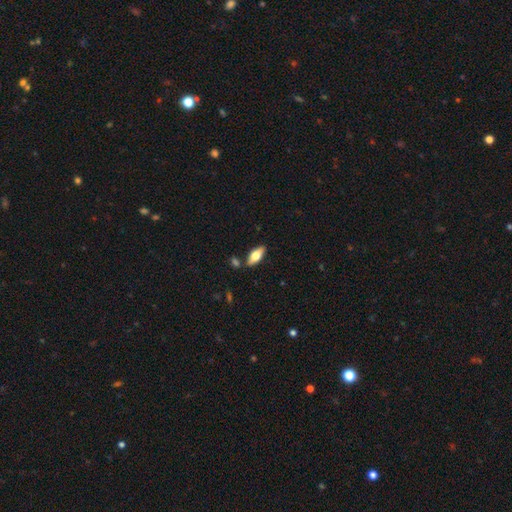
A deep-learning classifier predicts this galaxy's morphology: Smooth or featured? smooth (64%)
How rounded? in between (80%)
Merging? none (82%)